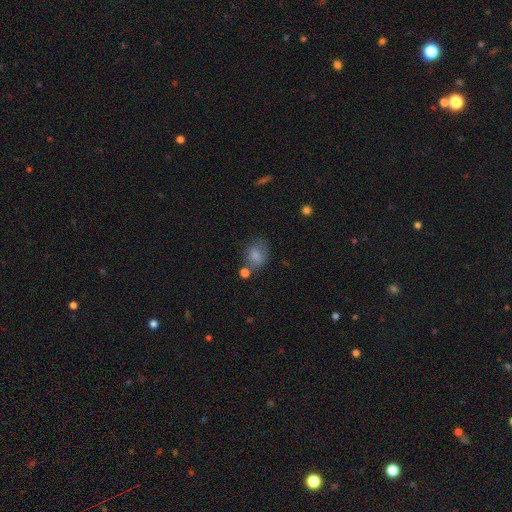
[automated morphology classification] Q: Smooth or featured?
A: smooth (78%); runner-up: featured or disk (12%)
Q: How rounded?
A: in between (59%); runner-up: round (40%)
Q: Merging?
A: none (57%); runner-up: minor disturbance (23%)